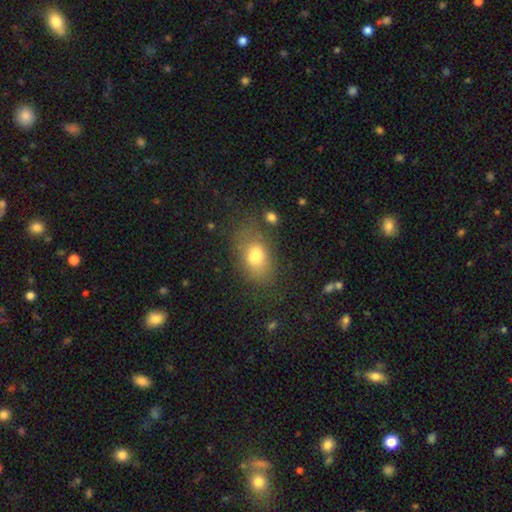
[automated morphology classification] A smooth galaxy with no disk features (75%) that is in between round and cigar-shaped (82%). Merging: none (61%).